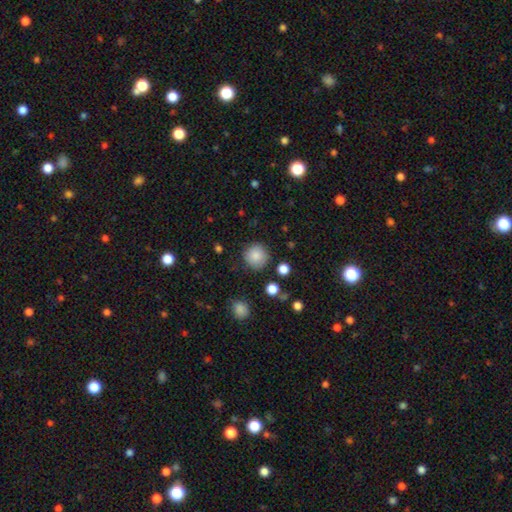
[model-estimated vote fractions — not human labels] Smooth or featured? smooth (85%)
How rounded? round (94%)
Merging? none (86%)